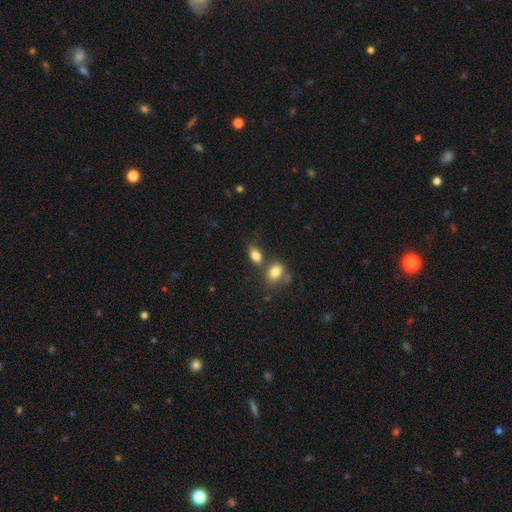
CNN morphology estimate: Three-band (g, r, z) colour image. It shows a smooth galaxy with no disk features (82%) that is in between round and cigar-shaped (85%). Merging: none (55%).